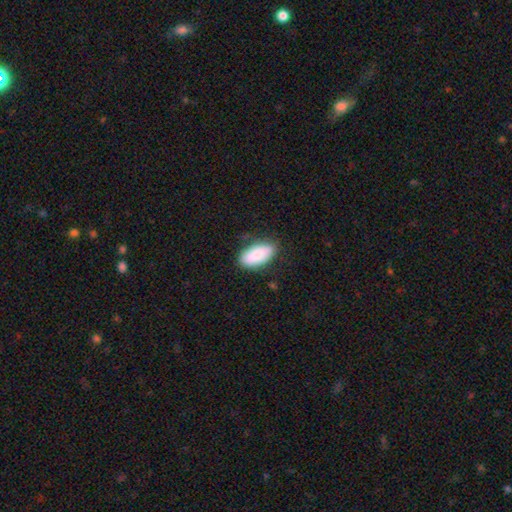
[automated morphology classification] The model was most divided on "merging": none: 74%, minor disturbance: 20%, major disturbance: 4%, merger: 2%. More confident: how rounded — in between (94%); smooth or featured — smooth (84%).